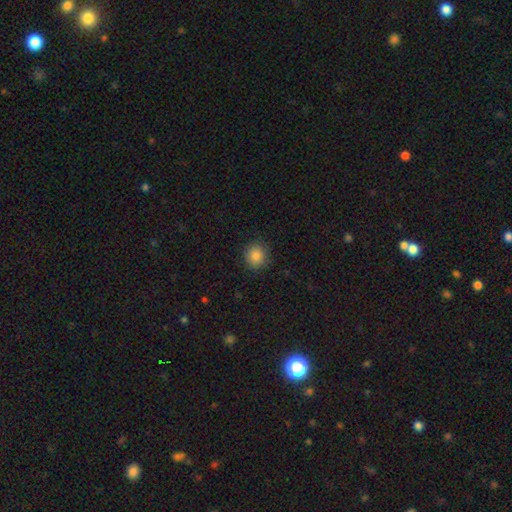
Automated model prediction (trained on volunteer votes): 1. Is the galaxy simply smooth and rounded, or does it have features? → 86% smooth, 10% star or artifact, 4% featured or disk.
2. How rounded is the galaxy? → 88% round, 11% in between, 1% cigar-shaped.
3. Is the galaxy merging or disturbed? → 89% none, 8% minor disturbance, 2% major disturbance, 1% merger.